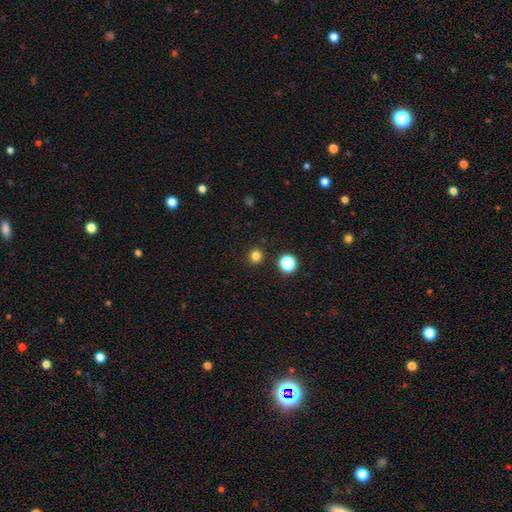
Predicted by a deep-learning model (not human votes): Overall: smooth (80%). How rounded: round (94%). Merging: none (91%).